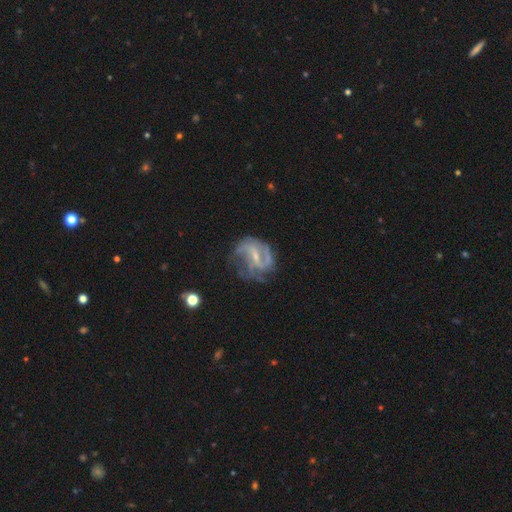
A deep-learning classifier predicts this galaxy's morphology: featured or disk 83%, smooth 9%, star or artifact 7%. Down the decision tree: edge-on disk — no (98%); bar — weak (51%); spiral arms — yes (90%); spiral arm count — 2 (39%); spiral winding — medium (46%); bulge size — small (64%); merging — none (52%).